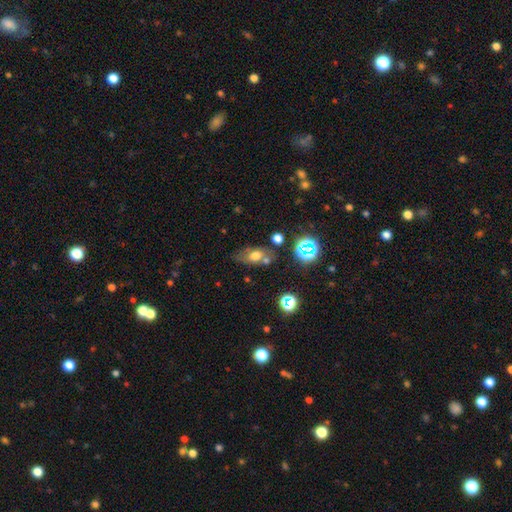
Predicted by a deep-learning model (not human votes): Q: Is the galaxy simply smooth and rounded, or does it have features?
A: smooth — 62%.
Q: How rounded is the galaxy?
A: in between — 74%.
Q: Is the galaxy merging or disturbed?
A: none — 52%.